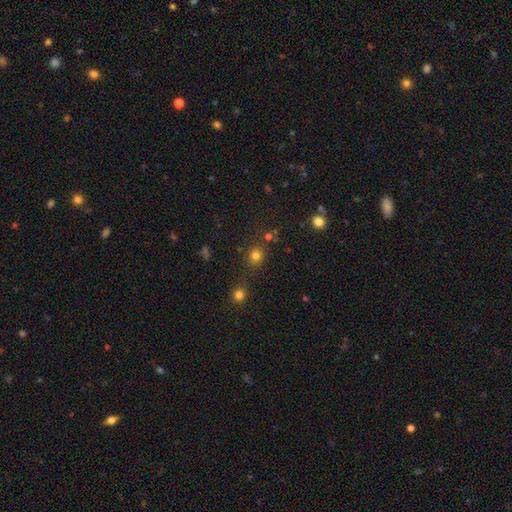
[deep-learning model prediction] Smooth or featured?
  - smooth: 78% *
  - star or artifact: 16%
  - featured or disk: 6%
How rounded?
  - round: 81% *
  - in between: 18%
  - cigar-shaped: 1%
Merging?
  - none: 79% *
  - minor disturbance: 10%
  - merger: 7%
  - major disturbance: 4%